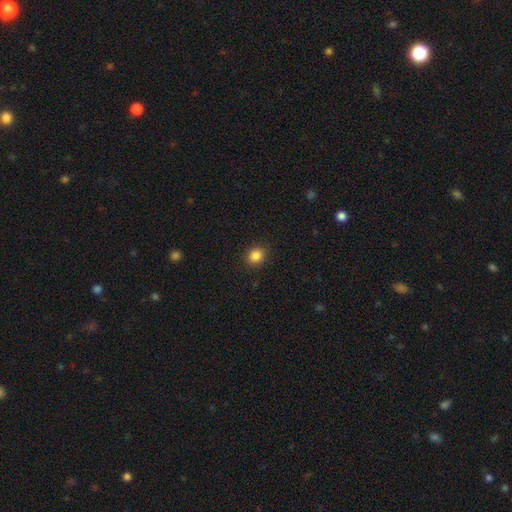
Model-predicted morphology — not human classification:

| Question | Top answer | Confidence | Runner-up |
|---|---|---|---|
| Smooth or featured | smooth | 85% | star or artifact (11%) |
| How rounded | round | 85% | in between (14%) |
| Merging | none | 91% | minor disturbance (6%) |